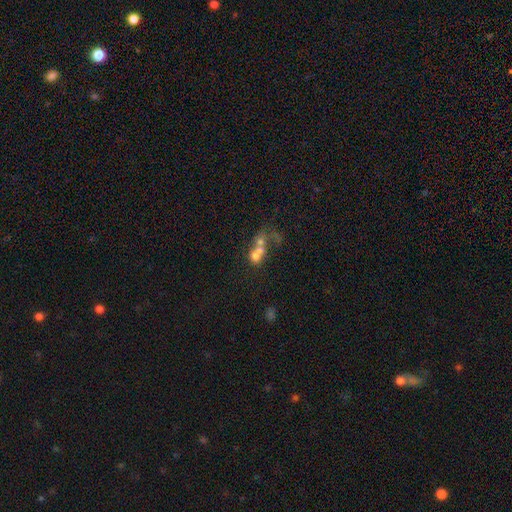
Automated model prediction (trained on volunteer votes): smooth 55%, featured or disk 31%, star or artifact 15%. Down the decision tree: how rounded — round (62%); merging — merger (67%).